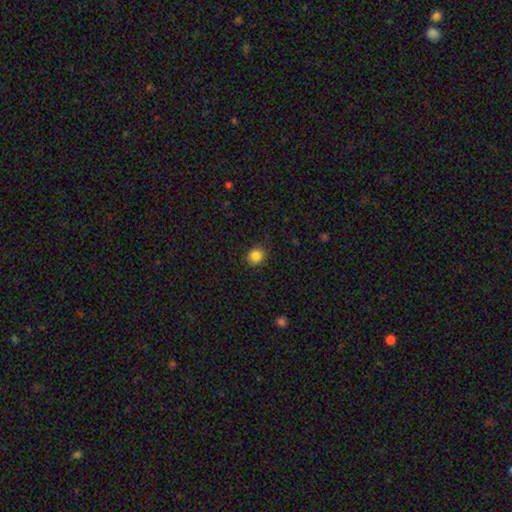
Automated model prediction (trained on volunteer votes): A smooth galaxy with no disk features (86%) that is round (78%).

Vote fractions:
- Smooth or featured? smooth: 86% / star or artifact: 10% / featured or disk: 4%
- How rounded? round: 78% / in between: 21% / cigar-shaped: 1%
- Merging? none: 87% / minor disturbance: 10% / major disturbance: 3% / merger: 1%